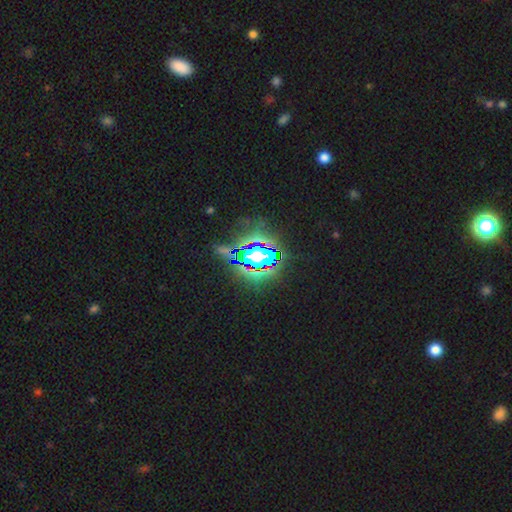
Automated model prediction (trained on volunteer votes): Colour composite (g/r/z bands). It shows a star or artifact, not a galaxy (68%).